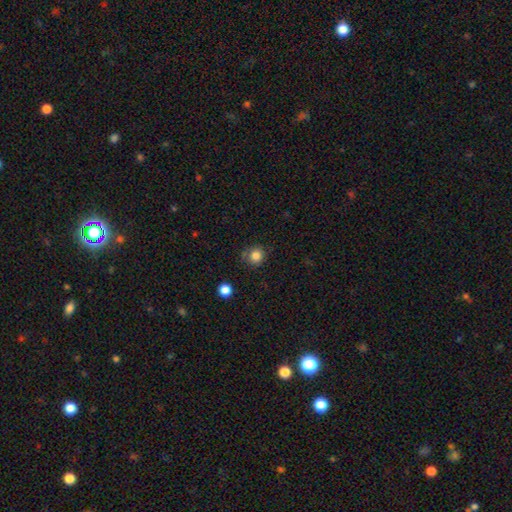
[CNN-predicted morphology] smooth-or-featured: smooth: 83% | star or artifact: 12% | featured or disk: 6%
  how-rounded: round: 86% | in between: 13% | cigar-shaped: 1%
  merging: none: 75% | minor disturbance: 16% | major disturbance: 5% | merger: 4%